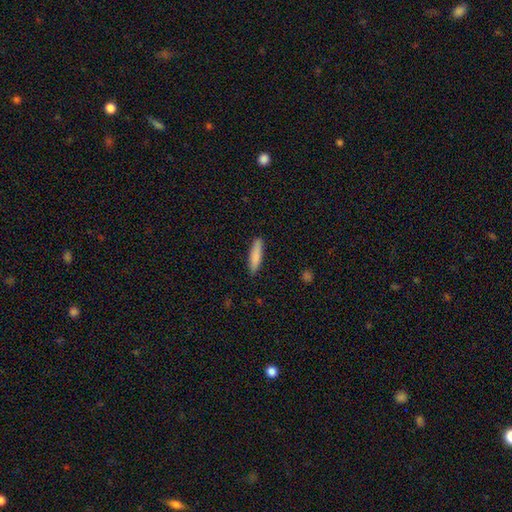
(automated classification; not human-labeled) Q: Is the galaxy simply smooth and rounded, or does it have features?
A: smooth — 84%.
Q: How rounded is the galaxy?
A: cigar-shaped — 82%.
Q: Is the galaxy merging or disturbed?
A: none — 89%.